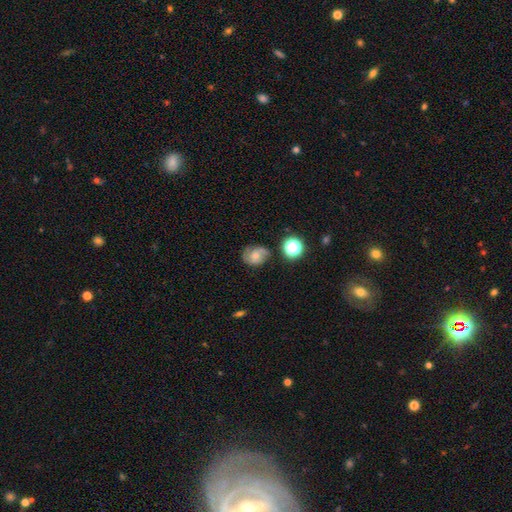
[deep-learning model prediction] A featured or disk galaxy (46%).

Vote fractions:
- Smooth or featured? featured or disk: 46% / smooth: 41% / star or artifact: 13%
- Merging? none: 63% / minor disturbance: 24% / major disturbance: 9% / merger: 4%